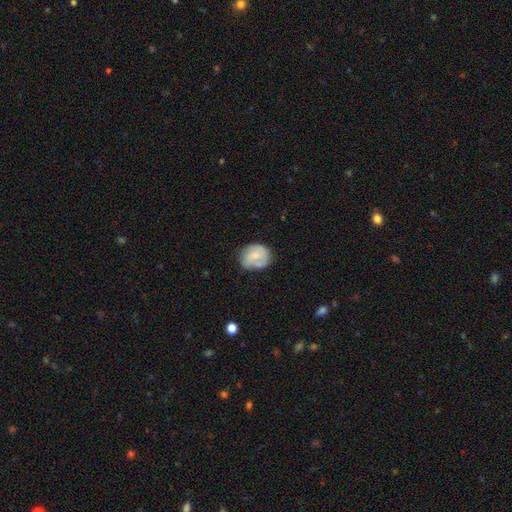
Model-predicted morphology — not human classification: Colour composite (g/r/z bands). It shows a smooth galaxy with no disk features (53%) that is round (62%). Merging: none (58%).